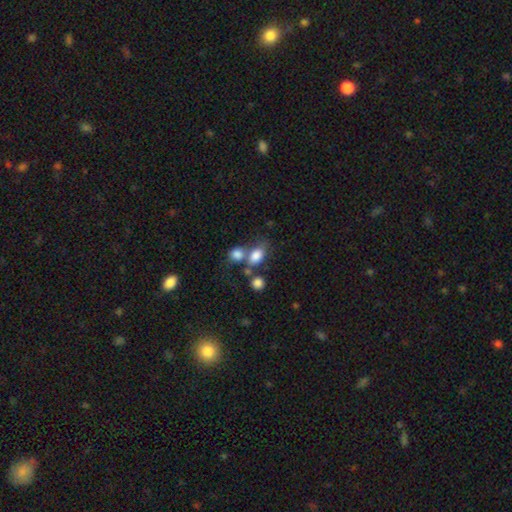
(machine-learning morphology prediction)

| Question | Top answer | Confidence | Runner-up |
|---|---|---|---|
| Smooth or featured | smooth | 81% | star or artifact (10%) |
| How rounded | in between | 75% | round (23%) |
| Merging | merger | 42% | none (38%) |